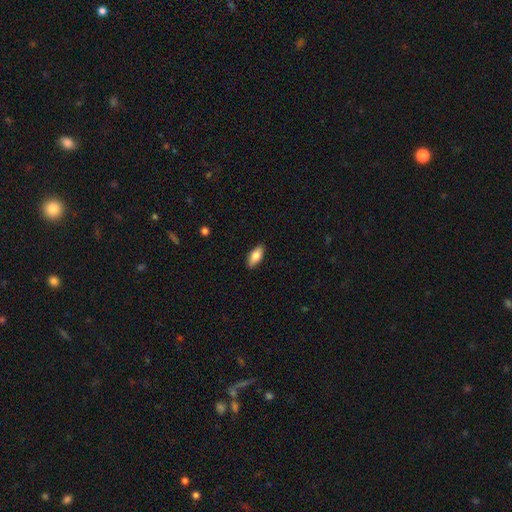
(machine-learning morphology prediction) A smooth galaxy with no disk features (79%) that is in between round and cigar-shaped (85%).

Vote fractions:
- Smooth or featured? smooth: 79% / featured or disk: 14% / star or artifact: 6%
- How rounded? in between: 85% / cigar-shaped: 13% / round: 2%
- Merging? none: 89% / minor disturbance: 9% / major disturbance: 2% / merger: 1%